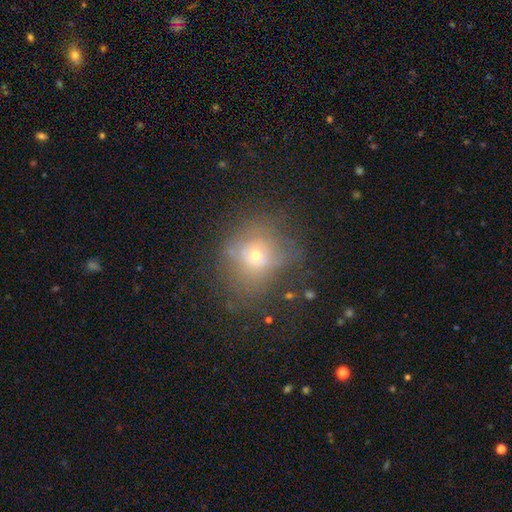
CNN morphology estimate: Smooth or featured? Predicted: smooth (p=0.57). How rounded? Predicted: round (p=0.74). Merging? Predicted: none (p=0.51).